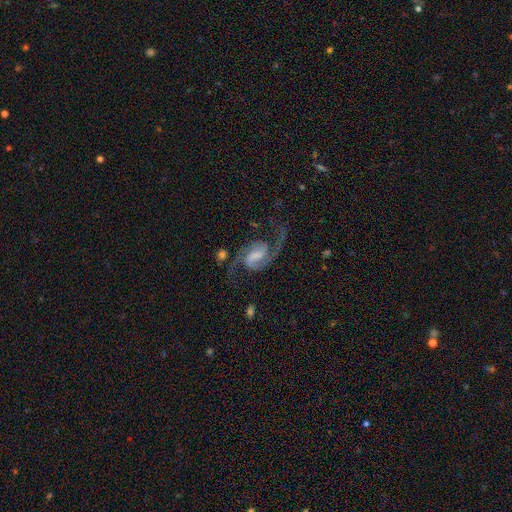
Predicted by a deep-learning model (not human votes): A featured or disk galaxy (90%) with a weak bar (50%), 2 (93%) medium (48%) spiral arms (98%) and no central bulge (38%). Merging: none (66%).